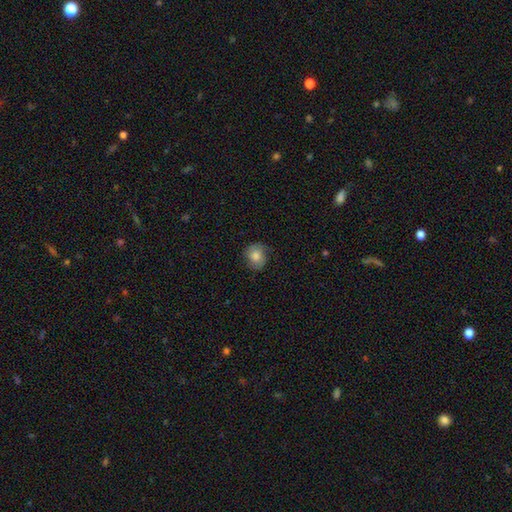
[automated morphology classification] A smooth galaxy with no disk features (71%) that is round (75%).

Vote fractions:
- Smooth or featured? smooth: 71% / featured or disk: 20% / star or artifact: 9%
- How rounded? round: 75% / in between: 24% / cigar-shaped: 1%
- Merging? none: 72% / minor disturbance: 20% / major disturbance: 6% / merger: 1%